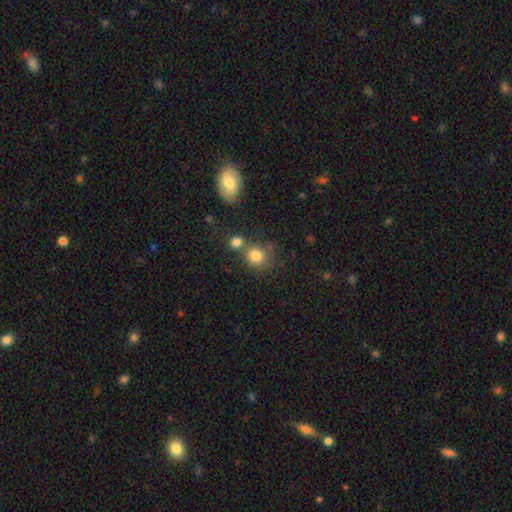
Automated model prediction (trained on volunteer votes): Q: Smooth or featured?
A: smooth (80%); runner-up: star or artifact (12%)
Q: How rounded?
A: round (84%); runner-up: in between (15%)
Q: Merging?
A: none (56%); runner-up: merger (28%)